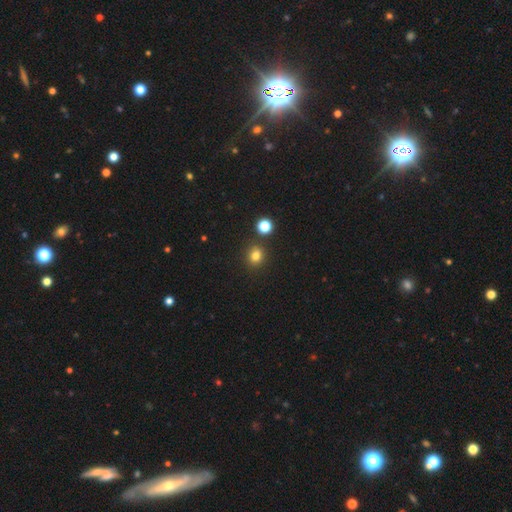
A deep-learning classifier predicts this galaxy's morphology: The model was most divided on "how rounded": round: 80%, in between: 19%, cigar-shaped: 1%. More confident: merging — none (83%); smooth or featured — smooth (79%).